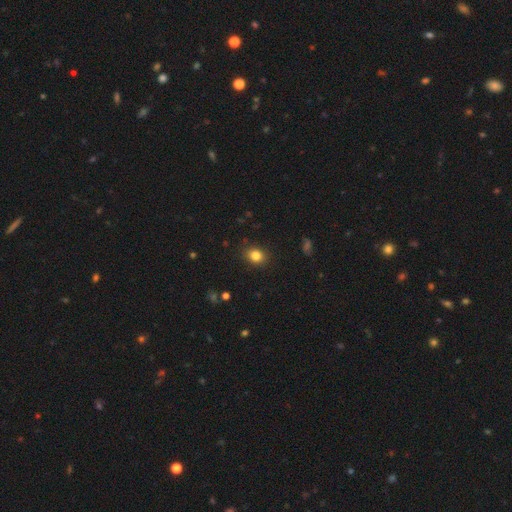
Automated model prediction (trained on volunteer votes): Smooth or featured? Predicted: smooth (p=0.83). How rounded? Predicted: round (p=0.55). Merging? Predicted: none (p=0.87).